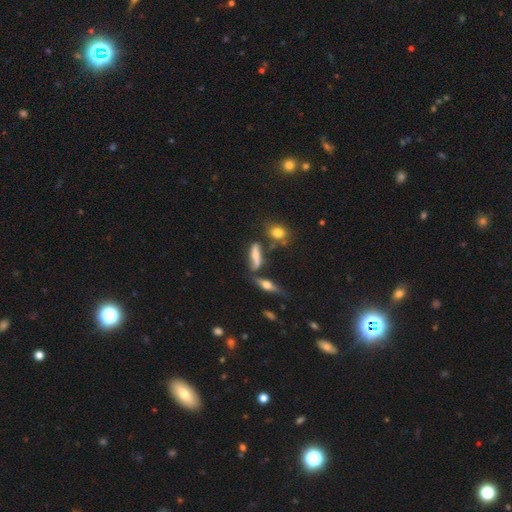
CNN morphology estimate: smooth-or-featured: smooth: 51% | featured or disk: 38% | star or artifact: 11%
  how-rounded: cigar-shaped: 49% | in between: 46% | round: 5%
  merging: none: 54% | minor disturbance: 20% | merger: 16% | major disturbance: 10%